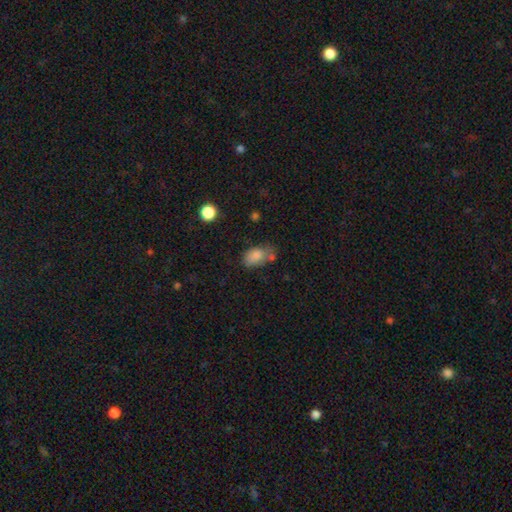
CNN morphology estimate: smooth 81%, featured or disk 9%, star or artifact 9%. Down the decision tree: how rounded — in between (86%); merging — none (43%).